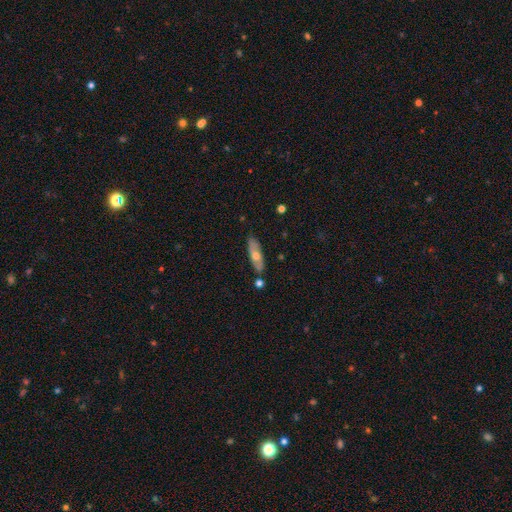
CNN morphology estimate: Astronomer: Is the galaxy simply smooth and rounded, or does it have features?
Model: smooth — 49% (runner-up: featured or disk, 45%).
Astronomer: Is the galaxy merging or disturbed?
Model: none — 80%.